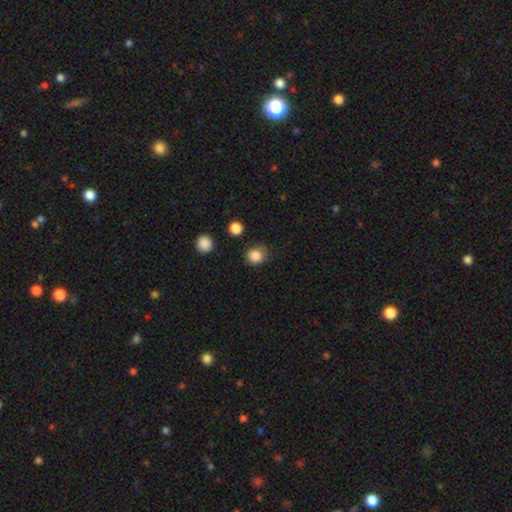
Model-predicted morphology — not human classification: Smooth or featured? Predicted: smooth (p=0.85). How rounded? Predicted: round (p=0.78). Merging? Predicted: none (p=0.77).